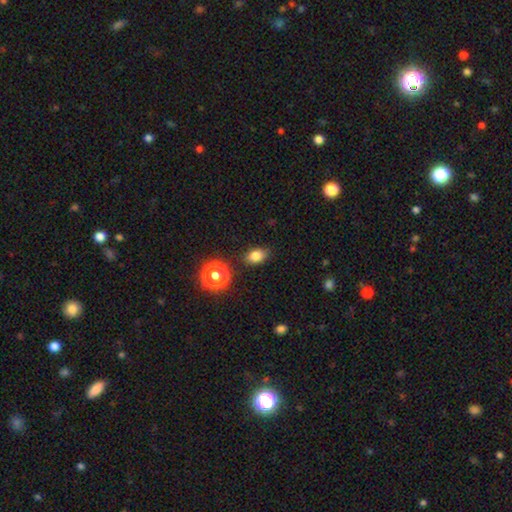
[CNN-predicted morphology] smooth-or-featured: smooth: 81% | star or artifact: 12% | featured or disk: 6%
  how-rounded: in between: 73% | round: 25% | cigar-shaped: 2%
  merging: none: 83% | minor disturbance: 11% | major disturbance: 3% | merger: 3%